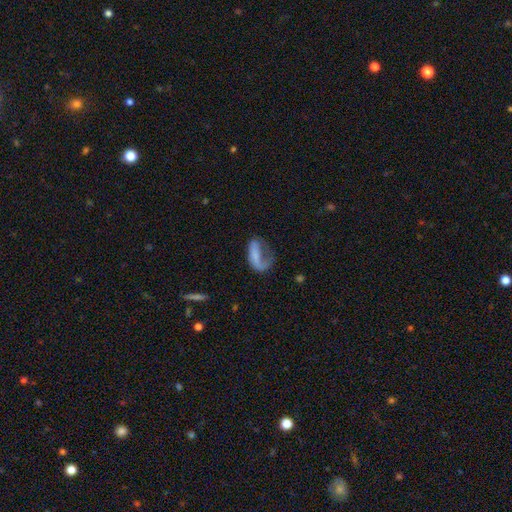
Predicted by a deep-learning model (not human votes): Smooth or featured? Predicted: smooth (p=0.51). How rounded? Predicted: in between (p=0.83). Merging? Predicted: major disturbance (p=0.53).